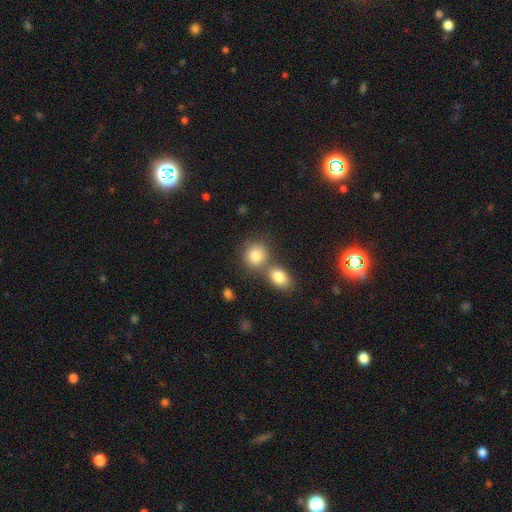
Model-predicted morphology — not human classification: The model was most divided on "merging": none: 47%, merger: 41%, minor disturbance: 9%, major disturbance: 3%. More confident: smooth or featured — smooth (82%); how rounded — round (73%).